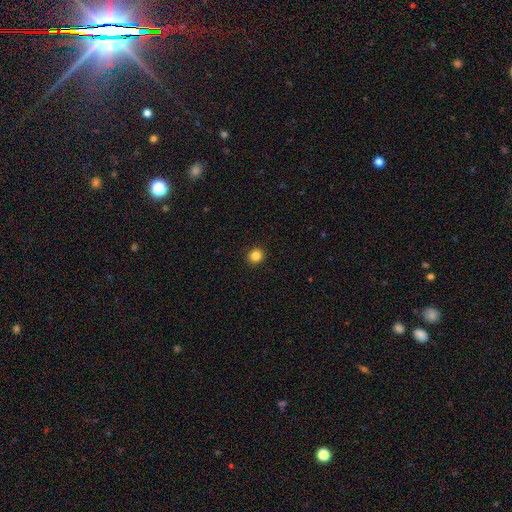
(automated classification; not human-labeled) smooth-or-featured: smooth: 85% | star or artifact: 11% | featured or disk: 4%
  how-rounded: round: 91% | in between: 8% | cigar-shaped: 1%
  merging: none: 93% | minor disturbance: 5% | major disturbance: 2% | merger: 1%